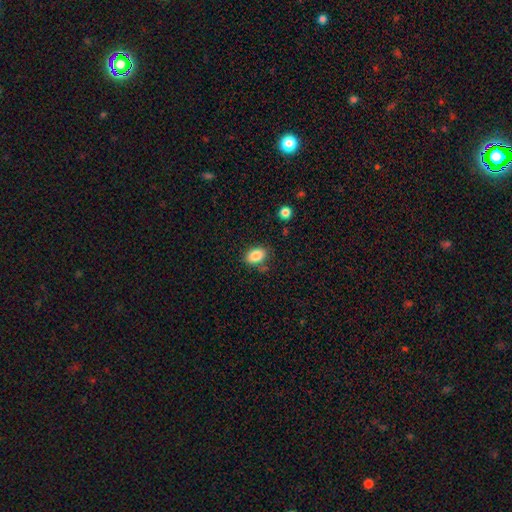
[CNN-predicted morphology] Overall: smooth (87%). How rounded: in between (83%). Merging: none (78%).